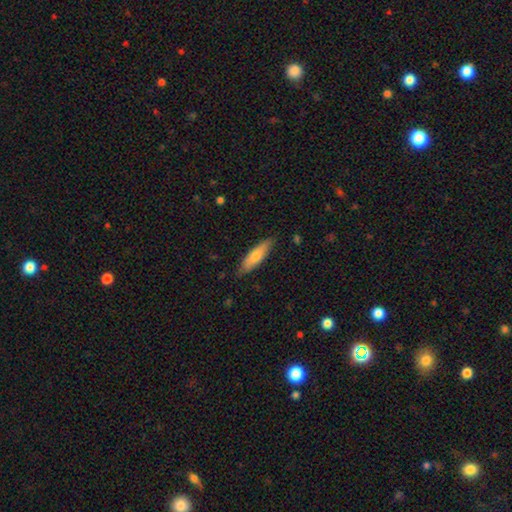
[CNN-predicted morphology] Overall: smooth (70%). How rounded: cigar-shaped (65%; in between 34%). Merging: none (85%).